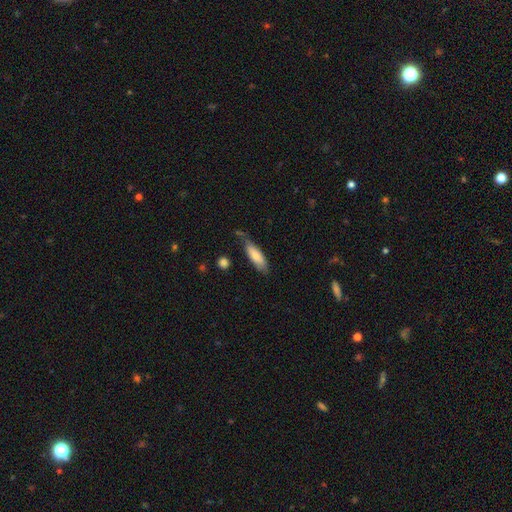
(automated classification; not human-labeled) smooth 77%, featured or disk 18%, star or artifact 6%. Down the decision tree: how rounded — in between (50%); merging — none (60%).